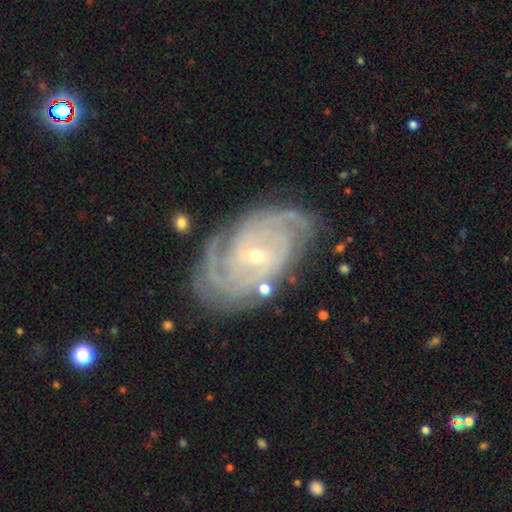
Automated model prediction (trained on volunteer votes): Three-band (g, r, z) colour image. It shows a featured or disk galaxy (90%) with no bar (54%), 3 (25%) tight (74%) spiral arms (98%) and a small central bulge (75%). Merging: none (77%).